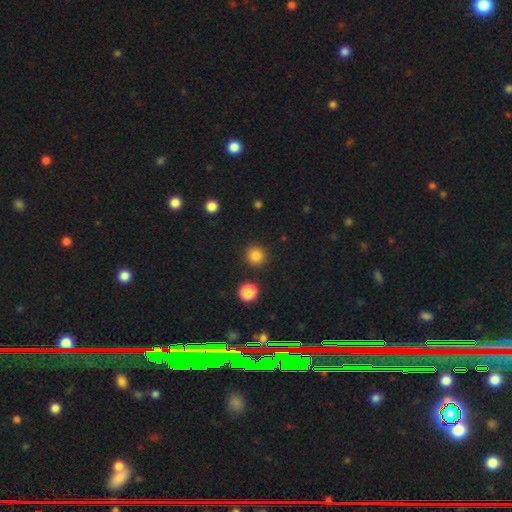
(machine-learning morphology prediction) Smooth or featured? Predicted: smooth (p=0.85). How rounded? Predicted: round (p=0.94). Merging? Predicted: none (p=0.91).